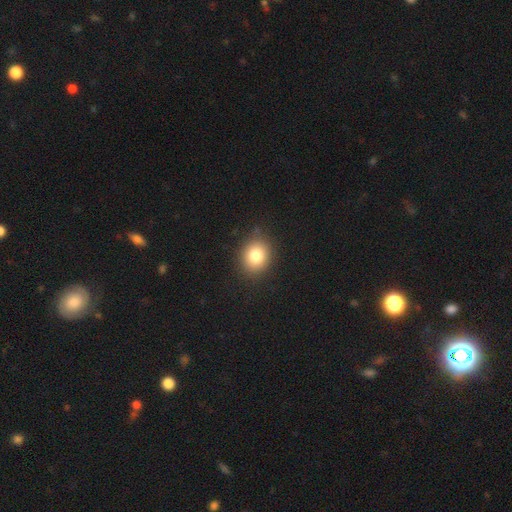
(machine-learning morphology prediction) smooth 81%, star or artifact 11%, featured or disk 9%. Down the decision tree: how rounded — round (62%); merging — none (85%).